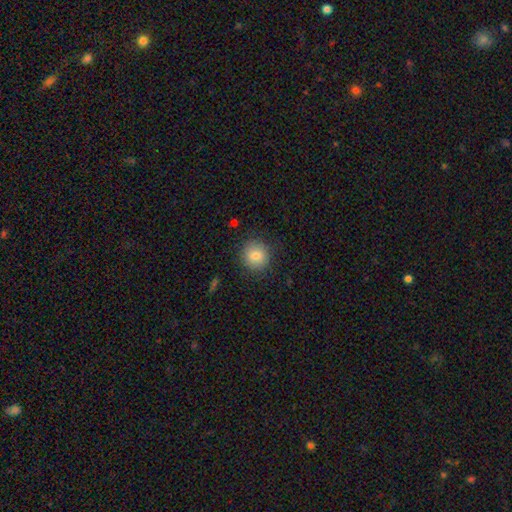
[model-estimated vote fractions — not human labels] smooth 81%, star or artifact 10%, featured or disk 9%. Down the decision tree: how rounded — round (91%); merging — none (87%).